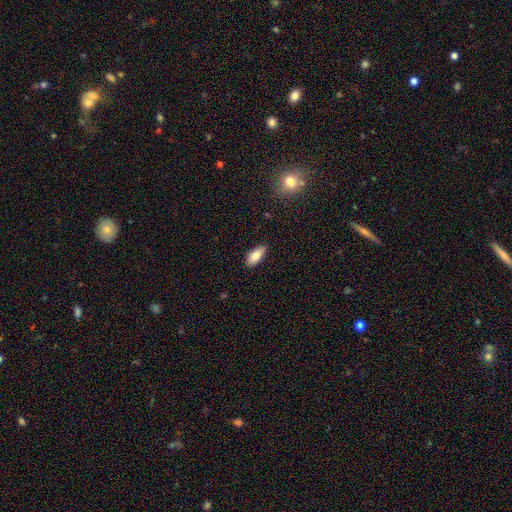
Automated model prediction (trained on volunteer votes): This is clearly a smooth galaxy (81%). How rounded: clearly in between (85%). Merging: clearly none (87%).